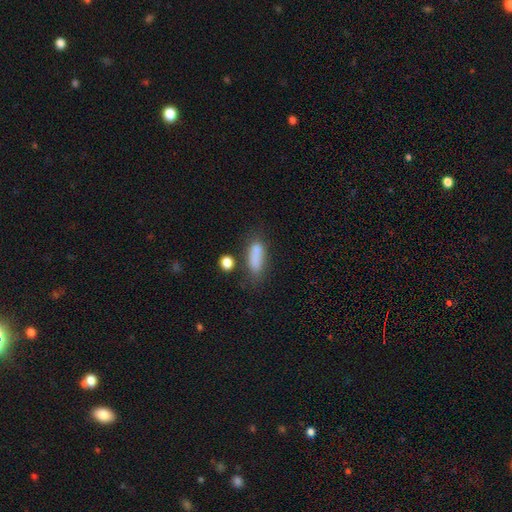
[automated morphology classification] This is clearly a smooth galaxy (80%). How rounded: possibly in between (58%). Merging: possibly none (53%).